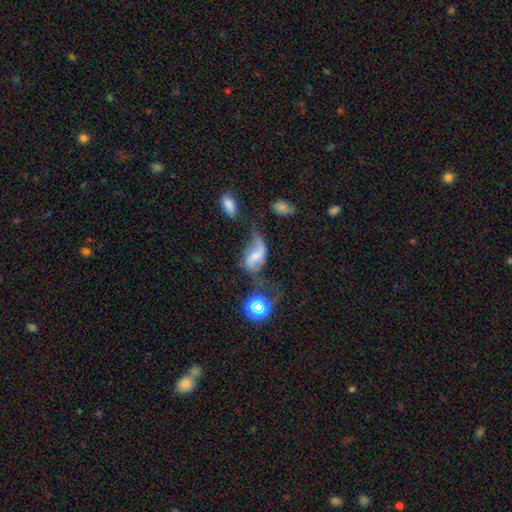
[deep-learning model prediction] featured or disk 70%, smooth 19%, star or artifact 10%. Down the decision tree: edge-on disk — no (96%); bar — weak (44%); spiral arms — yes (89%); spiral arm count — 2 (85%); spiral winding — loose (81%); bulge size — small (43%); merging — none (35%).